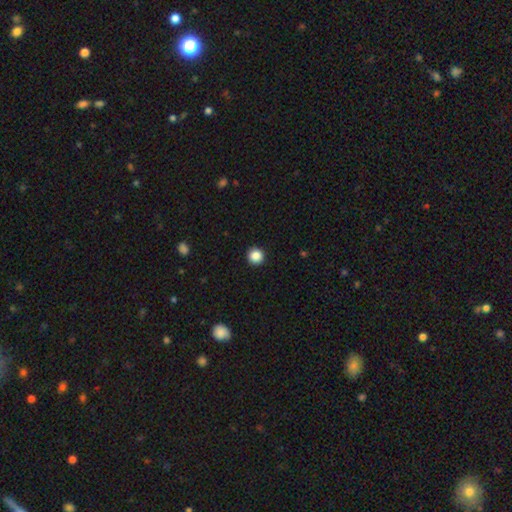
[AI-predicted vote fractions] smooth_or_featured: smooth (p=0.87) [alt: star or artifact p=0.10]
how_rounded: round (p=0.96) [alt: in between p=0.03]
merging: none (p=0.93) [alt: minor disturbance p=0.04]